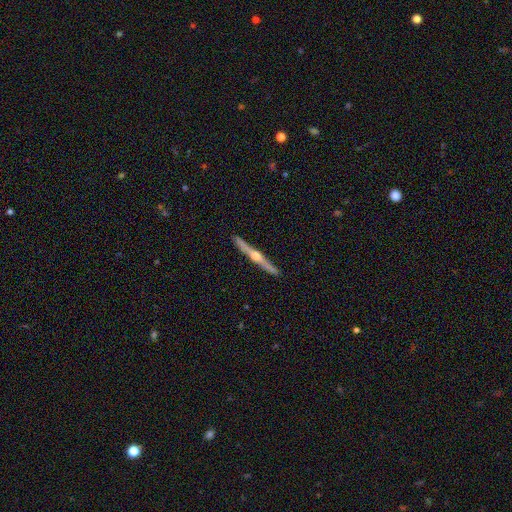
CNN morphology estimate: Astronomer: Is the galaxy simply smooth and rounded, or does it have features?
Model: featured or disk — 80%.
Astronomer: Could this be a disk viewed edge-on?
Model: yes — 98%.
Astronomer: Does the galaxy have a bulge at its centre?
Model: rounded — 92%.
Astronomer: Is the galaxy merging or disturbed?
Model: none — 92%.